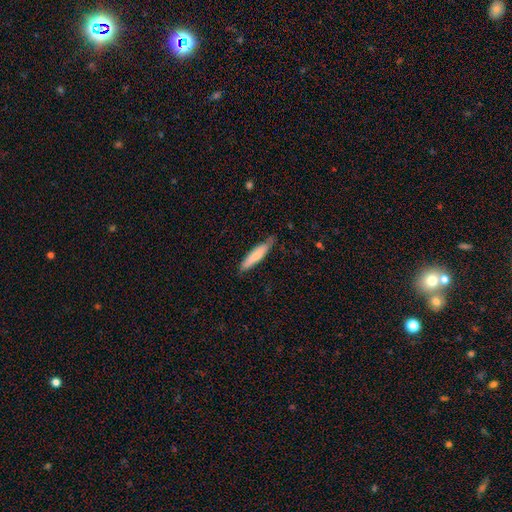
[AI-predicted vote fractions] Smooth or featured: smooth — 76% (featured or disk — 19%)
How rounded: cigar-shaped — 85% (in between — 14%)
Merging: none — 76% (minor disturbance — 20%)